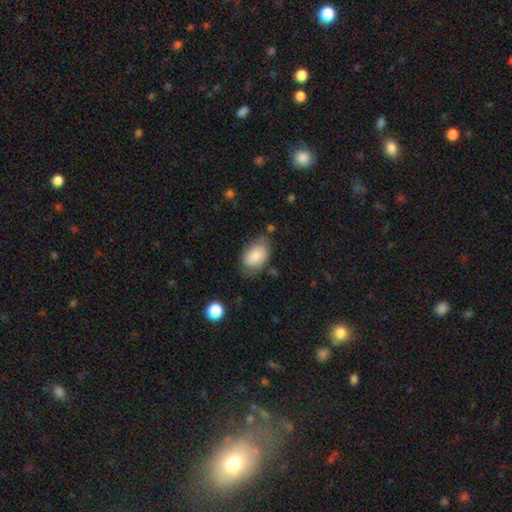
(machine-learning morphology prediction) This appears to be a smooth galaxy with no disk features (80%) that is in between round and cigar-shaped (84%). Merging: none (67%).